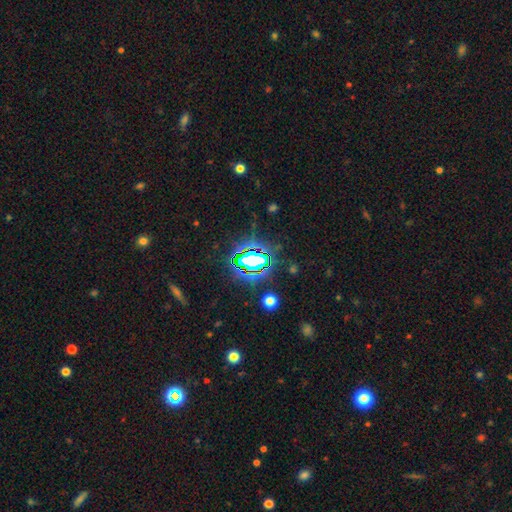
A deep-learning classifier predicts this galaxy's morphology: Overall: star or artifact (79%).